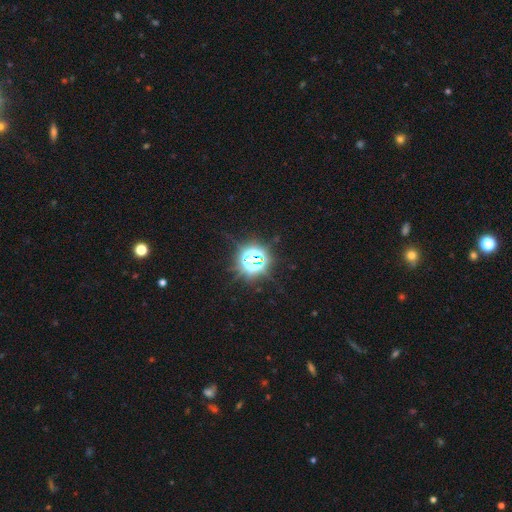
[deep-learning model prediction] Q: Smooth or featured?
A: star or artifact (78%); runner-up: smooth (13%)